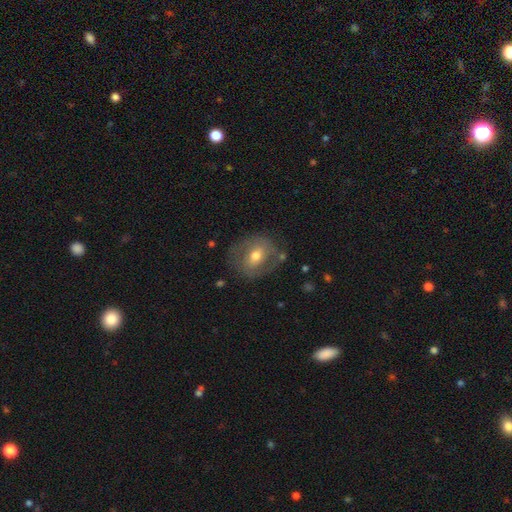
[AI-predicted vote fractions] Smooth or featured?
  - featured or disk: 52% *
  - smooth: 40%
  - star or artifact: 9%
Edge-on disk?
  - no: 94% *
  - yes: 6%
Merging?
  - none: 74% *
  - minor disturbance: 16%
  - major disturbance: 7%
  - merger: 3%